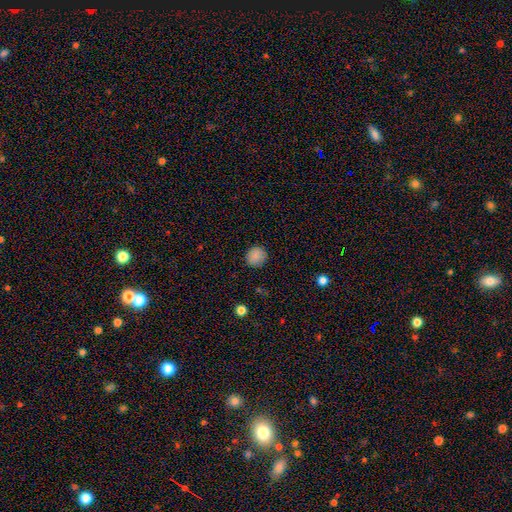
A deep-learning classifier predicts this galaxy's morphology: Smooth or featured? Predicted: smooth (p=0.87). How rounded? Predicted: round (p=0.90). Merging? Predicted: none (p=0.89).